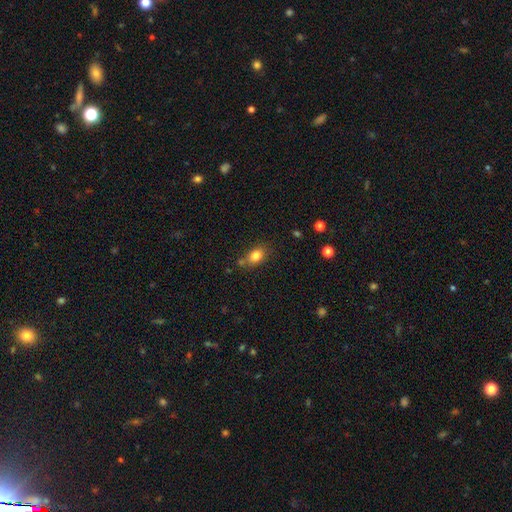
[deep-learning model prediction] This is clearly a smooth galaxy (82%). How rounded: likely in between (65%). Merging: likely none (68%).